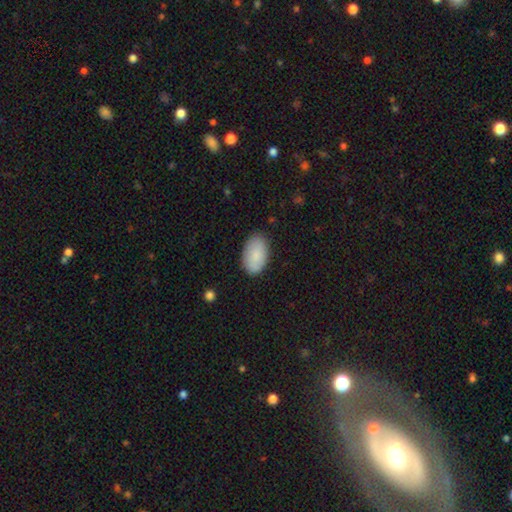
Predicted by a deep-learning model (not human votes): The model was most divided on "merging": none: 85%, minor disturbance: 12%, major disturbance: 2%, merger: 1%. More confident: how rounded — in between (94%); smooth or featured — smooth (87%).